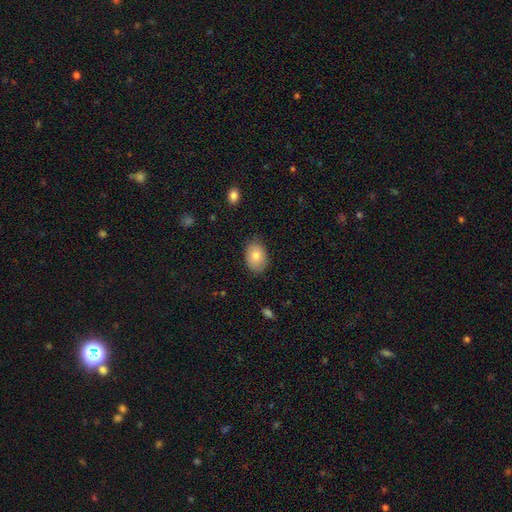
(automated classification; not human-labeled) A smooth galaxy with no disk features (80%) that is in between round and cigar-shaped (83%). Merging: none (82%).